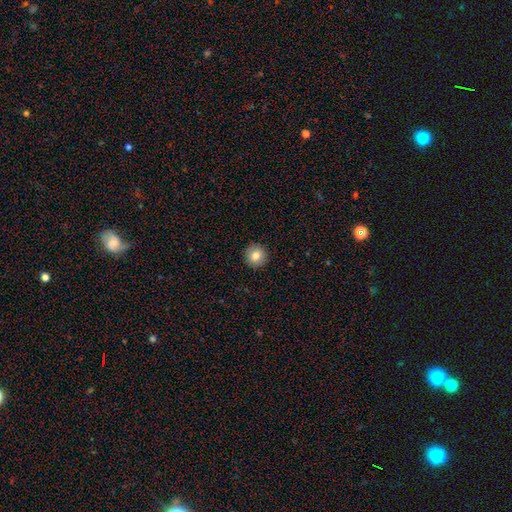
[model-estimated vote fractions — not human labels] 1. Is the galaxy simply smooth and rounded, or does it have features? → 82% smooth, 9% star or artifact, 8% featured or disk.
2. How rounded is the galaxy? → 95% round, 4% in between, 1% cigar-shaped.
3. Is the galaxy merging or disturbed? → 93% none, 5% minor disturbance, 2% major disturbance, 1% merger.